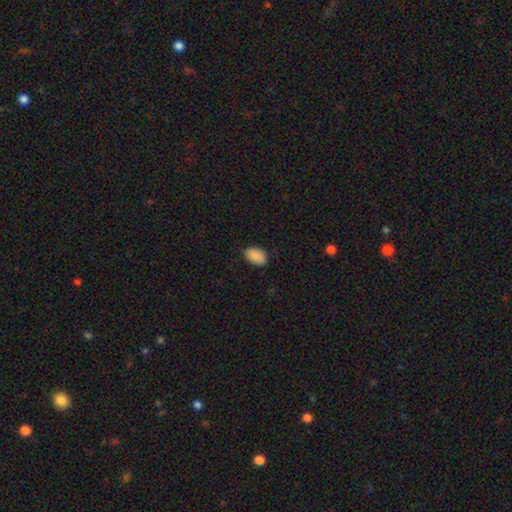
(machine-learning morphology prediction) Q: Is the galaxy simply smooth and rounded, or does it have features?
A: smooth — 90%.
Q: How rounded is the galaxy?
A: in between — 91%.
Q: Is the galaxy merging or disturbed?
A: none — 86%.